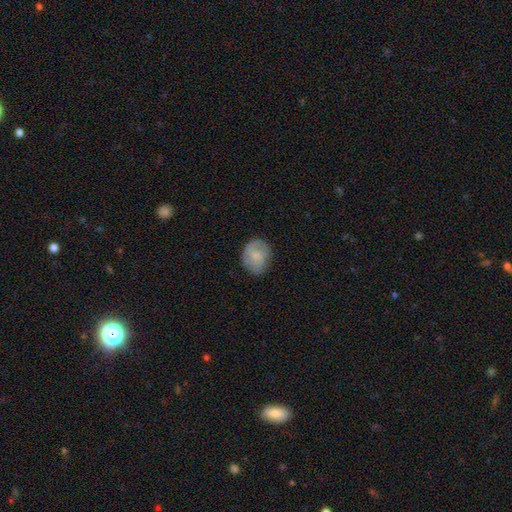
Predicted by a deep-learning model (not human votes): smooth-or-featured: smooth: 62% | featured or disk: 31% | star or artifact: 7%
  how-rounded: round: 55% | in between: 44% | cigar-shaped: 1%
  merging: none: 72% | minor disturbance: 21% | major disturbance: 6% | merger: 1%